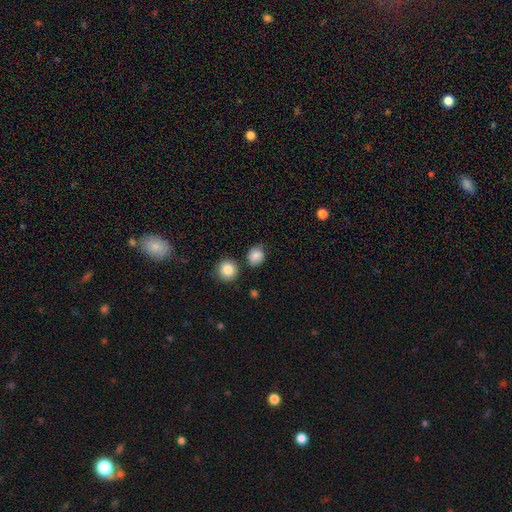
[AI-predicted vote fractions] Q: Smooth or featured?
A: smooth (83%); runner-up: star or artifact (10%)
Q: How rounded?
A: round (67%); runner-up: in between (32%)
Q: Merging?
A: none (72%); runner-up: minor disturbance (17%)